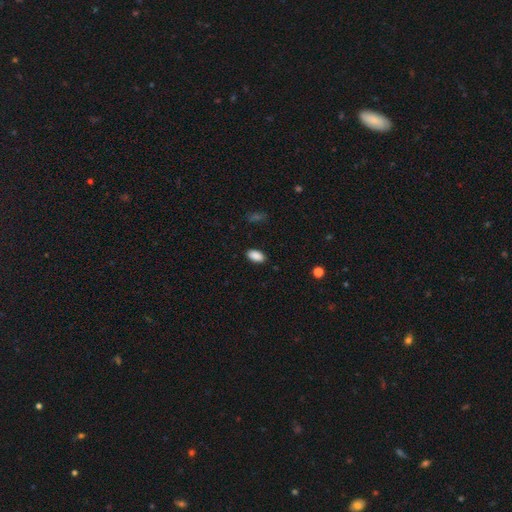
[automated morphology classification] Smooth or featured: smooth — 89% (star or artifact — 8%)
How rounded: in between — 93% (round — 4%)
Merging: none — 88% (minor disturbance — 9%)